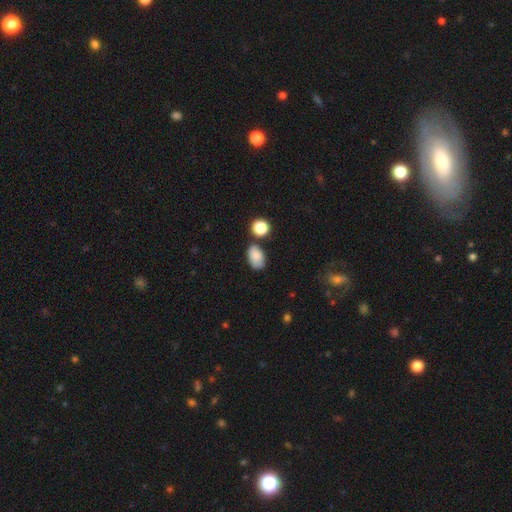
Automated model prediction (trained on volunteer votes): smooth_or_featured: smooth (p=0.85) [alt: star or artifact p=0.09]
how_rounded: in between (p=0.90) [alt: round p=0.09]
merging: none (p=0.68) [alt: minor disturbance p=0.18]